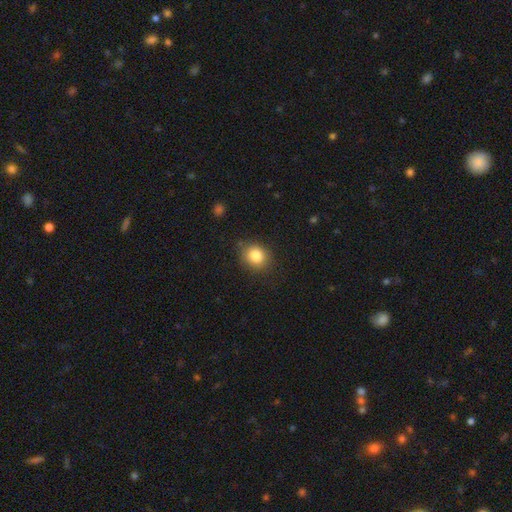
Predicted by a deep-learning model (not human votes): The model was most divided on "how rounded": round: 70%, in between: 29%, cigar-shaped: 1%. More confident: smooth or featured — smooth (84%); merging — none (82%).